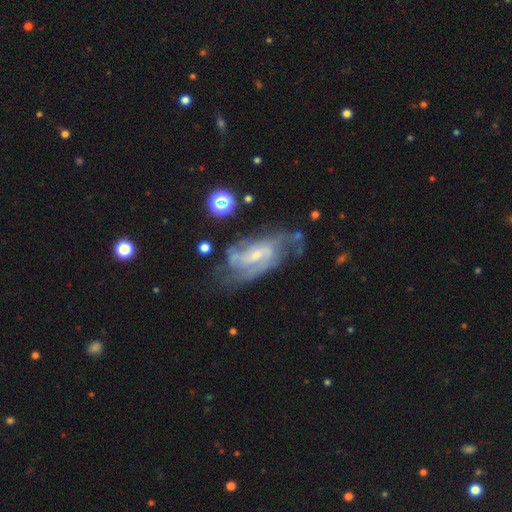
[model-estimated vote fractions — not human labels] A featured or disk galaxy (82%) with a weak bar (50%), 2 (39%) medium (46%) spiral arms (92%) and a small central bulge (61%).

Vote fractions:
- Smooth or featured? featured or disk: 82% / smooth: 10% / star or artifact: 8%
- Edge-on disk? no: 94% / yes: 6%
- Bar? weak: 50% / no: 31% / strong: 18%
- Spiral arms? yes: 92% / no: 8%
- Spiral winding? medium: 46% / tight: 37% / loose: 18%
- Spiral arm count? 2: 39% / can't tell: 30% / 3: 17% / 4: 7% / 1: 4% / more than 4: 4%
- Bulge size? small: 61% / moderate: 28% / none: 9% / large: 2% / dominant: 1%
- Merging? none: 58% / minor disturbance: 23% / major disturbance: 15% / merger: 4%